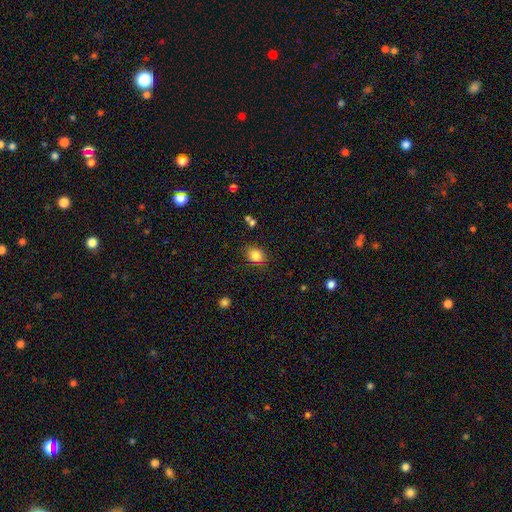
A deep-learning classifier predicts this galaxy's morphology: A smooth galaxy with no disk features (83%) that is round (53%).

Vote fractions:
- Smooth or featured? smooth: 83% / star or artifact: 11% / featured or disk: 6%
- How rounded? round: 53% / in between: 46% / cigar-shaped: 1%
- Merging? none: 83% / minor disturbance: 12% / major disturbance: 3% / merger: 2%